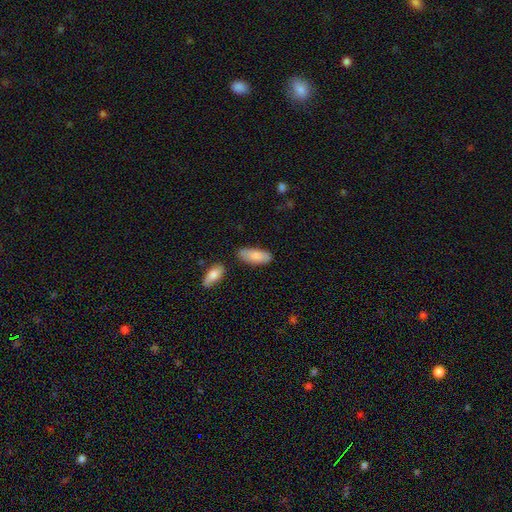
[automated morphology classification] smooth_or_featured: smooth (p=0.84) [alt: featured or disk p=0.11]
how_rounded: in between (p=0.80) [alt: cigar-shaped p=0.18]
merging: none (p=0.77) [alt: minor disturbance p=0.14]